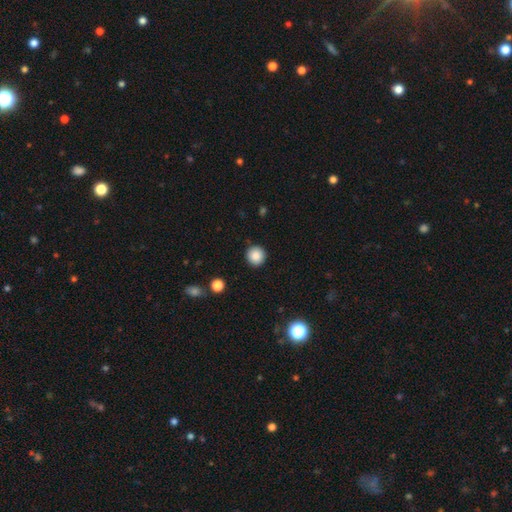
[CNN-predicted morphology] This appears to be a smooth galaxy with no disk features (87%) that is round (94%). Merging: none (91%).